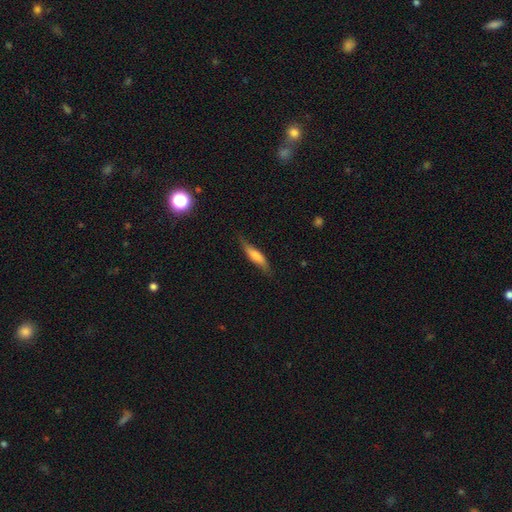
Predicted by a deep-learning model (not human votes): This appears to be a smooth galaxy with no disk features (64%) that is cigar-shaped (71%). Merging: none (70%).